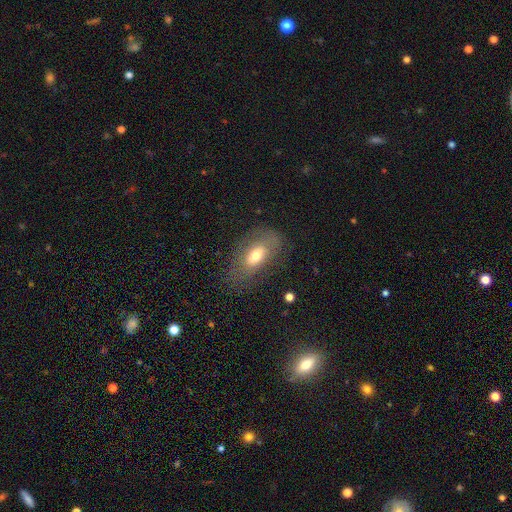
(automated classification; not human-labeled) A smooth galaxy with no disk features (59%) that is in between round and cigar-shaped (87%). Merging: none (70%).